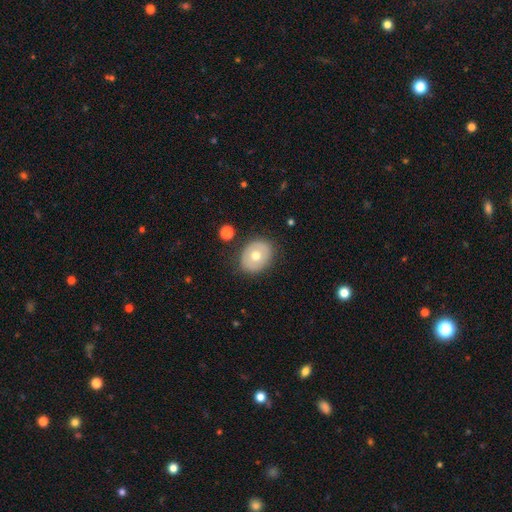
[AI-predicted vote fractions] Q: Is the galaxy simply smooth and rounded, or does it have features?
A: smooth — 61%.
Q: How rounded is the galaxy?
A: round — 53%.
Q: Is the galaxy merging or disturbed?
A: none — 83%.